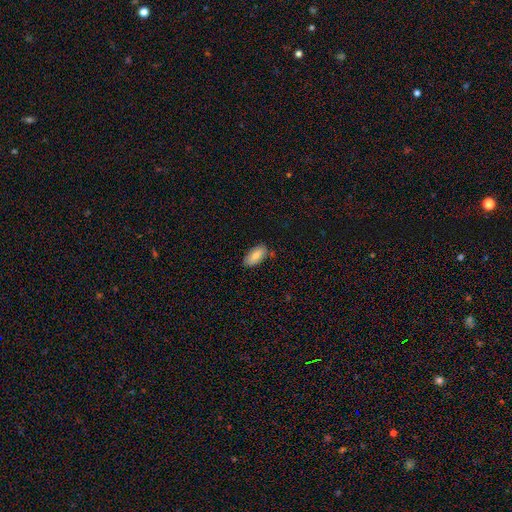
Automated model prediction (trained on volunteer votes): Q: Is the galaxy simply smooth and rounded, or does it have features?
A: smooth — 80%.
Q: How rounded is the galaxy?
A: in between — 92%.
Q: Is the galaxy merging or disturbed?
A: none — 78%.